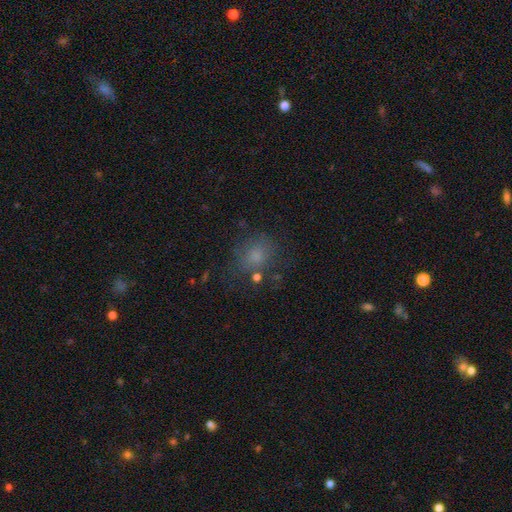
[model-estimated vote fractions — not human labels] smooth 70%, star or artifact 18%, featured or disk 13%. Down the decision tree: how rounded — round (71%); merging — none (67%).